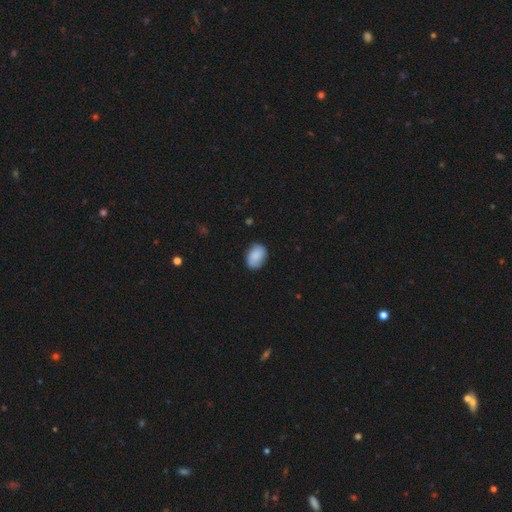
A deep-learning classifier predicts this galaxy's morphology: A smooth galaxy with no disk features (83%) that is in between round and cigar-shaped (78%). Merging: none (80%).